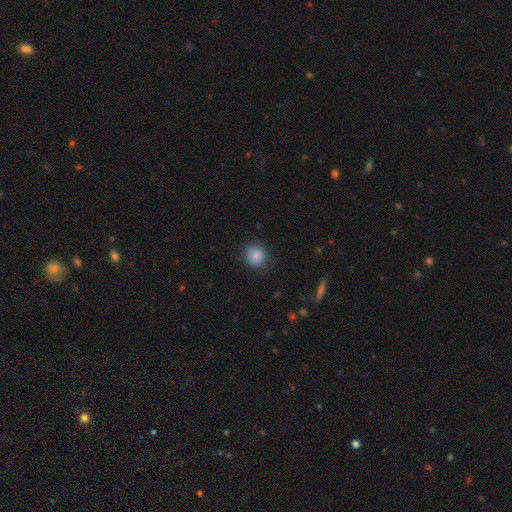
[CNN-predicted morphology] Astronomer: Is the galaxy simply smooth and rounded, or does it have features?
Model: smooth — 86%.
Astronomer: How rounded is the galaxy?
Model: round — 79%.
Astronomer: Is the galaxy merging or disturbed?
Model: none — 83%.